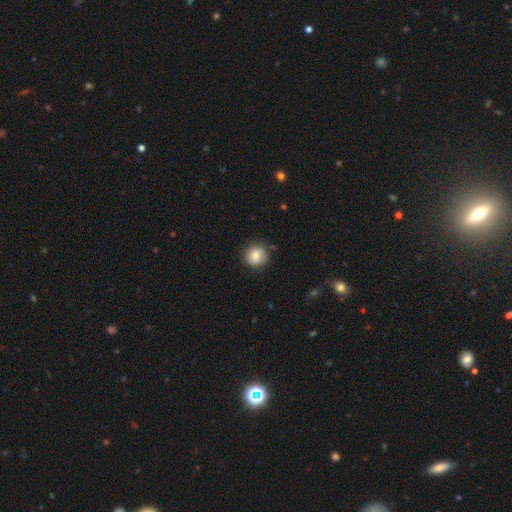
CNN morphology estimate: Q: Smooth or featured?
A: smooth (83%); runner-up: star or artifact (9%)
Q: How rounded?
A: round (91%); runner-up: in between (8%)
Q: Merging?
A: none (83%); runner-up: minor disturbance (13%)